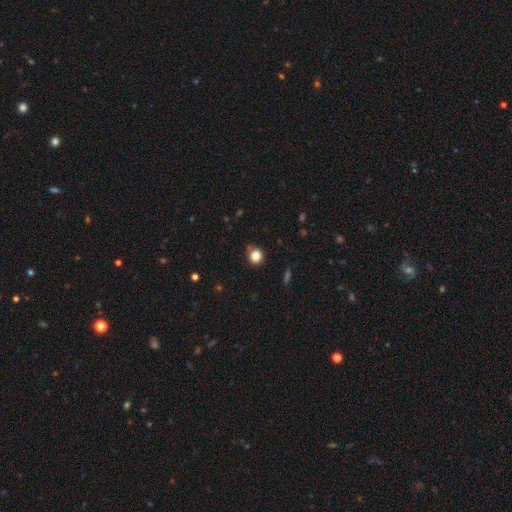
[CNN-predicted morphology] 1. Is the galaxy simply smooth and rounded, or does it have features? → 83% smooth, 12% star or artifact, 5% featured or disk.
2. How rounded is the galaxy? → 88% round, 11% in between, 1% cigar-shaped.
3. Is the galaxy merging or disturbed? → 83% none, 12% minor disturbance, 3% major disturbance, 2% merger.